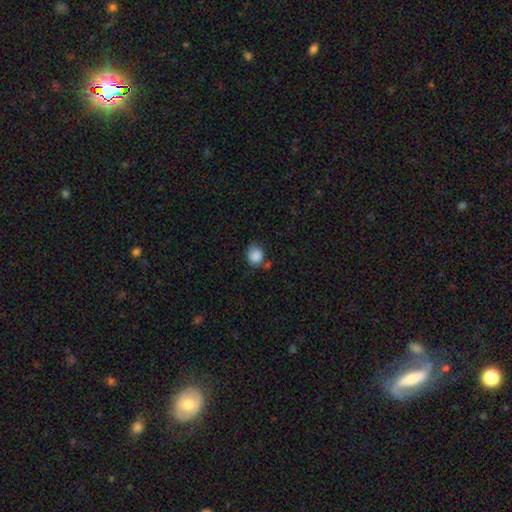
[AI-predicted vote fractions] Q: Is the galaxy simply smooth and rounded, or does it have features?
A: smooth — 87%.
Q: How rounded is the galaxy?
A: round — 70%.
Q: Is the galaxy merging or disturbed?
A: none — 64%.